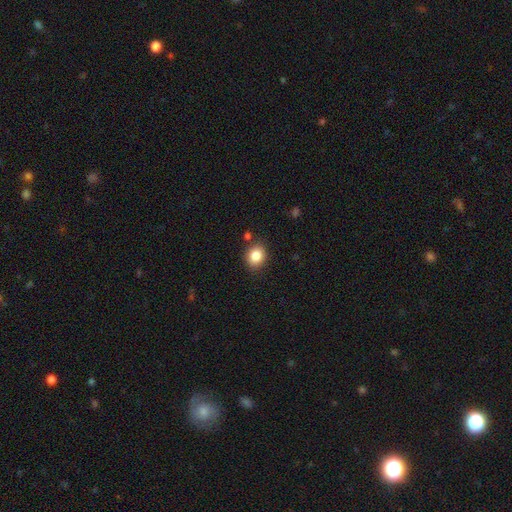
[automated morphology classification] This is clearly a smooth galaxy (85%). How rounded: likely round (66%). Merging: clearly none (83%).